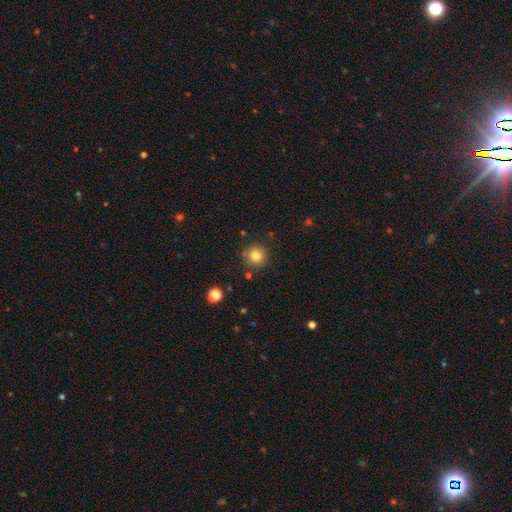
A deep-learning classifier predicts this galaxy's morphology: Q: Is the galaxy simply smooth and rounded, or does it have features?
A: smooth — 82%.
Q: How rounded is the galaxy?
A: round — 94%.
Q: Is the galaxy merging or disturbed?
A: none — 87%.